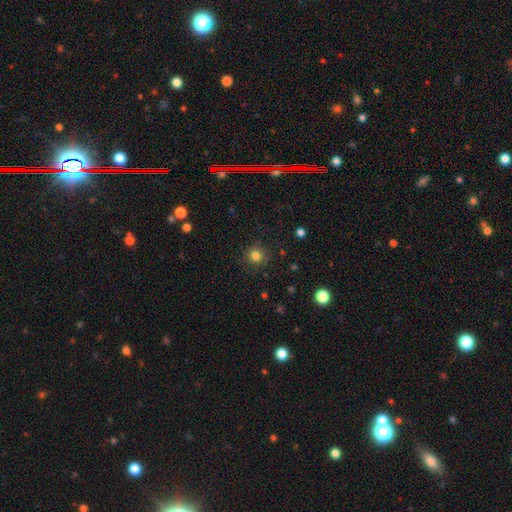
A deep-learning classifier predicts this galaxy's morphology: Overall: smooth (80%). How rounded: round (93%). Merging: none (87%).